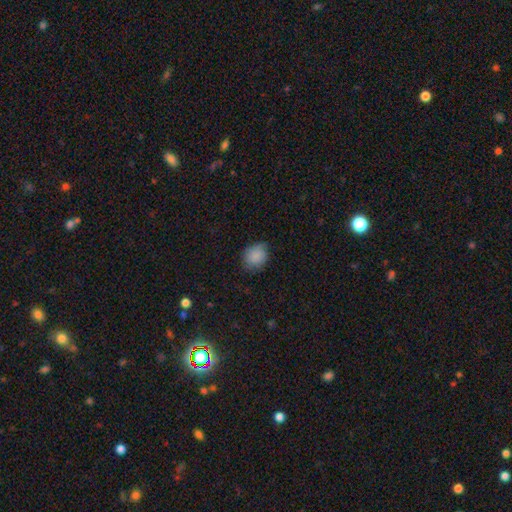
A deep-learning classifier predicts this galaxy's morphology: smooth-or-featured: smooth: 86% | star or artifact: 8% | featured or disk: 6%
  how-rounded: round: 67% | in between: 32% | cigar-shaped: 1%
  merging: none: 70% | minor disturbance: 25% | major disturbance: 5% | merger: 1%